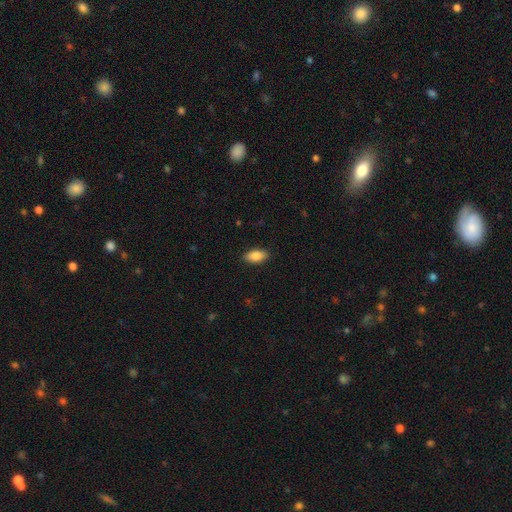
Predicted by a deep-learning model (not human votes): This is clearly a smooth galaxy (86%). How rounded: clearly in between (90%). Merging: clearly none (89%).